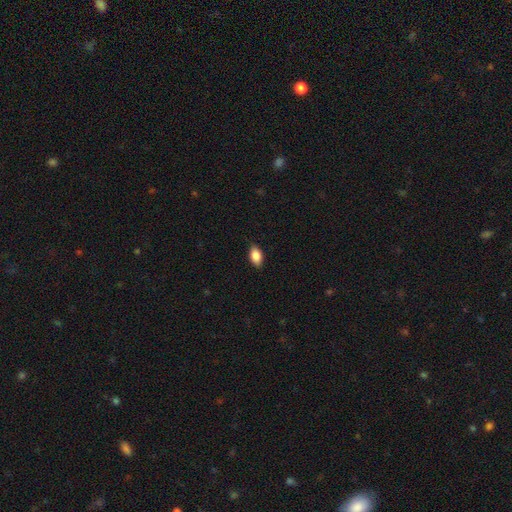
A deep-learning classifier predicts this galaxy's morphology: smooth-or-featured: smooth: 85% | featured or disk: 8% | star or artifact: 7%
  how-rounded: in between: 90% | round: 6% | cigar-shaped: 4%
  merging: none: 85% | minor disturbance: 12% | major disturbance: 2% | merger: 1%